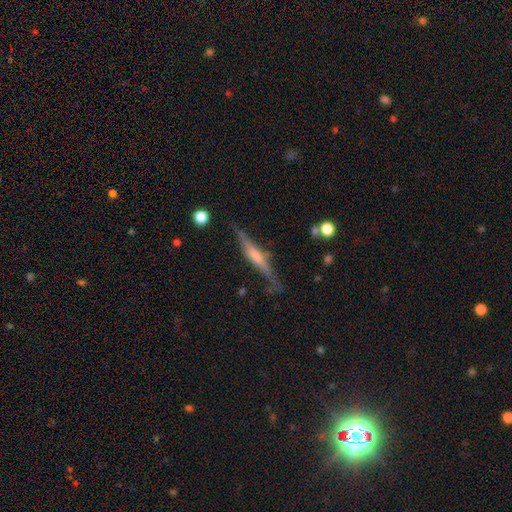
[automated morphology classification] smooth_or_featured: featured or disk (p=0.67) [alt: smooth p=0.26]
disk_edge_on: yes (p=0.96) [alt: no p=0.04]
edge_on_bulge: rounded (p=0.54) [alt: boxy p=0.24]
merging: none (p=0.80) [alt: minor disturbance p=0.14]